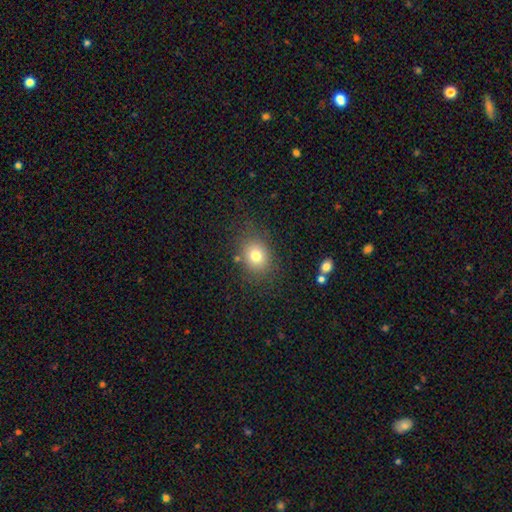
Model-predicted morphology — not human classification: A smooth galaxy with no disk features (77%) that is round (61%). Merging: none (79%).